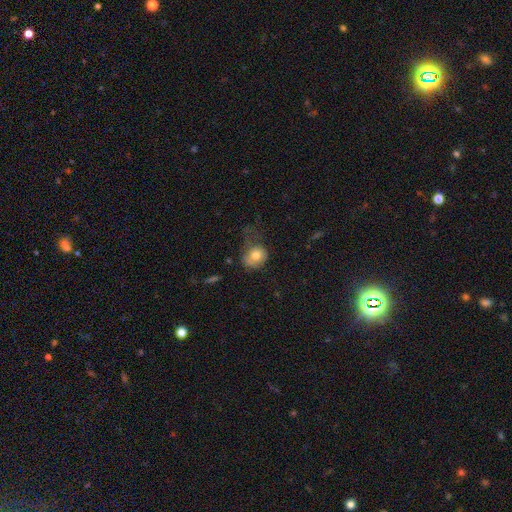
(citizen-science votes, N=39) Smooth or featured? smooth (82%)
How rounded? round (50%)
Merging? none (41%)